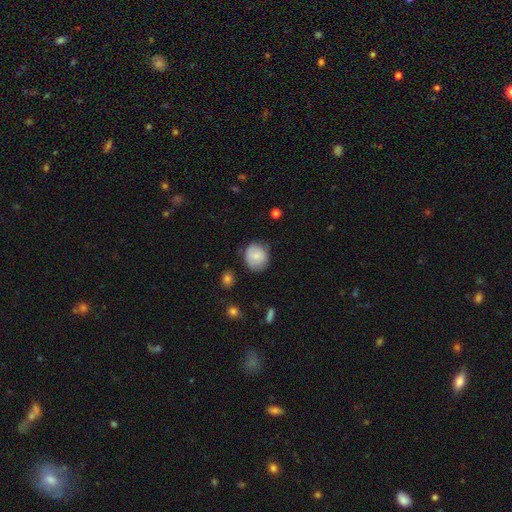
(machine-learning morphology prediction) type=smooth (78%); roundness=round (75%); merging=none (70%).